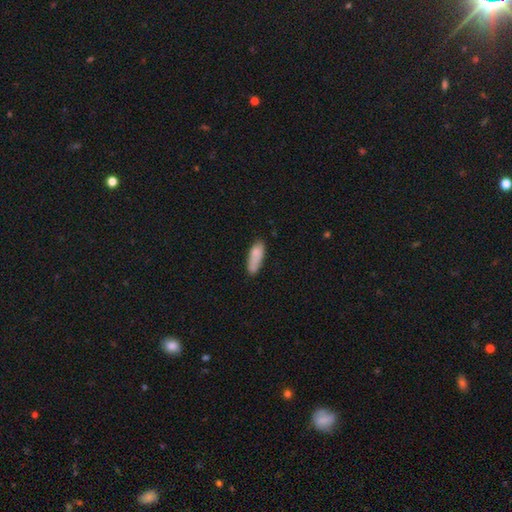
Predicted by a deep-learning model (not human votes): A smooth galaxy with no disk features (78%) that is in between round and cigar-shaped (62%).

Vote fractions:
- Smooth or featured? smooth: 78% / featured or disk: 15% / star or artifact: 7%
- How rounded? in between: 62% / cigar-shaped: 36% / round: 2%
- Merging? none: 64% / minor disturbance: 24% / merger: 6% / major disturbance: 6%